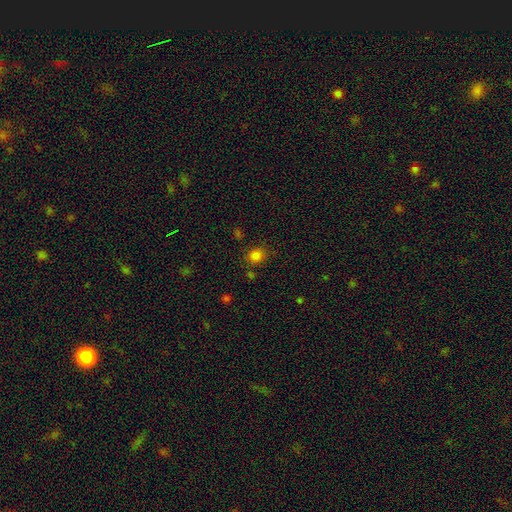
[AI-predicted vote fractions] Smooth or featured: smooth — 81% (star or artifact — 15%)
How rounded: round — 72% (in between — 27%)
Merging: none — 81% (minor disturbance — 11%)